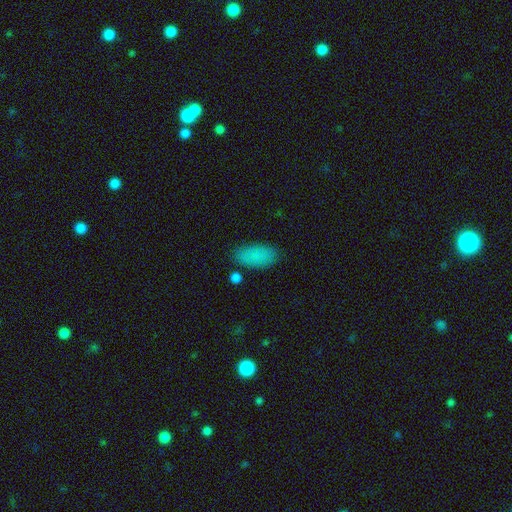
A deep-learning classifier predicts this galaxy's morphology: smooth-or-featured: smooth: 86% | star or artifact: 9% | featured or disk: 6%
  how-rounded: in between: 90% | cigar-shaped: 7% | round: 3%
  merging: none: 81% | minor disturbance: 12% | merger: 3% | major disturbance: 3%